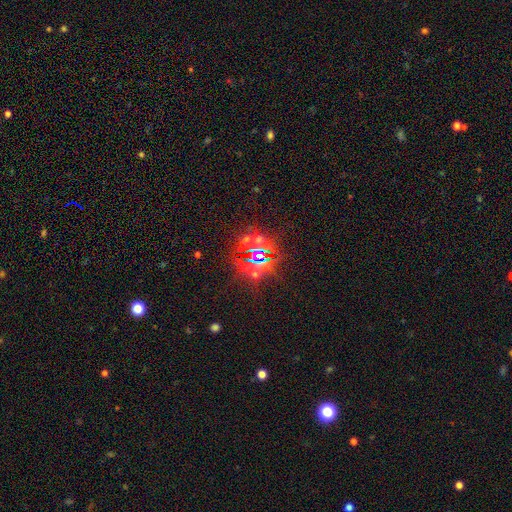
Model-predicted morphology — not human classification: Smooth or featured? star or artifact (81%)